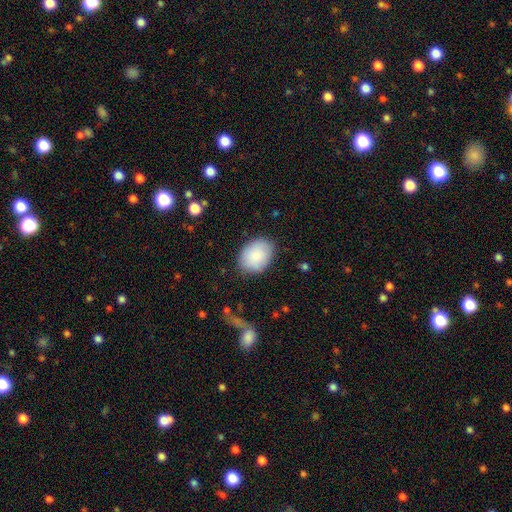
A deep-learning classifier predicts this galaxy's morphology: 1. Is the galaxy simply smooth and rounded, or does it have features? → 87% smooth, 7% featured or disk, 6% star or artifact.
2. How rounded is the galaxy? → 69% in between, 30% round, 1% cigar-shaped.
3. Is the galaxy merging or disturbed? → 81% none, 14% minor disturbance, 4% major disturbance, 1% merger.